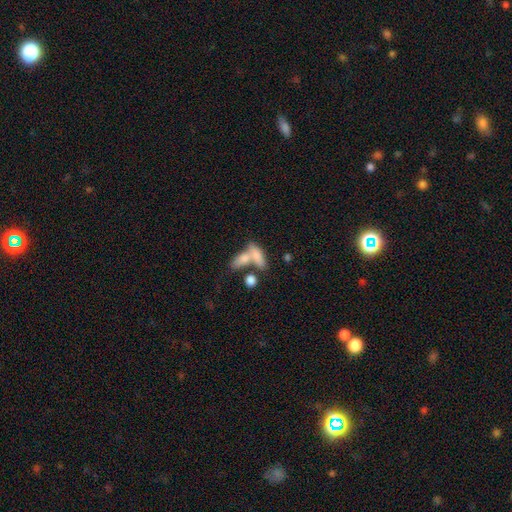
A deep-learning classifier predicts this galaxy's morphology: smooth 73%, featured or disk 18%, star or artifact 8%. Down the decision tree: how rounded — in between (69%); merging — merger (54%).